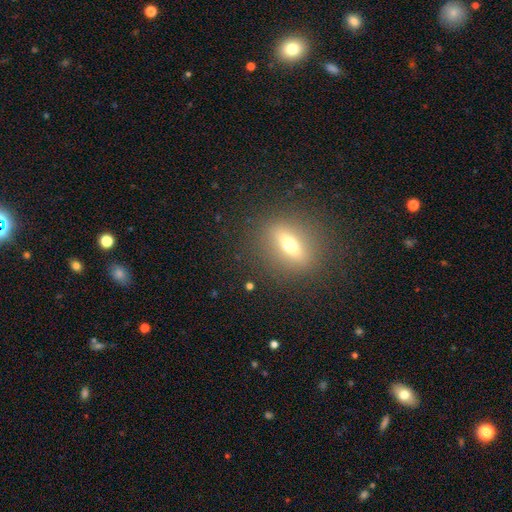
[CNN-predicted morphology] Smooth or featured?
  - featured or disk: 46% *
  - smooth: 37%
  - star or artifact: 17%
Merging?
  - none: 88% *
  - minor disturbance: 7%
  - major disturbance: 3%
  - merger: 1%